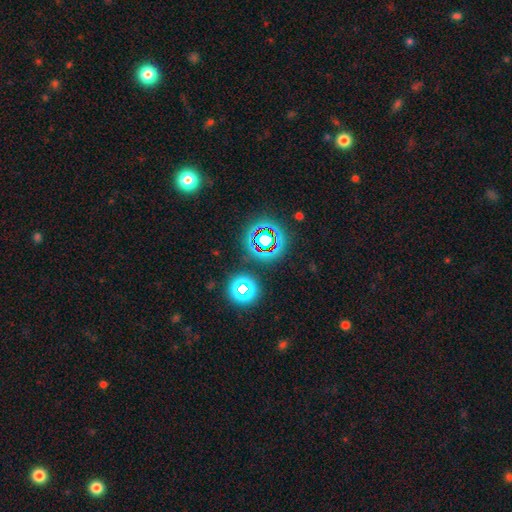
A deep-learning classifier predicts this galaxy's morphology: The model was most divided on "smooth or featured": star or artifact: 63%, smooth: 27%, featured or disk: 10%.